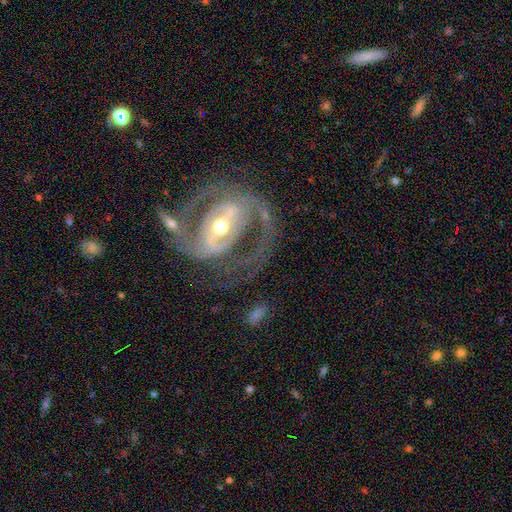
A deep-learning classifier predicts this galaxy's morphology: Smooth or featured? featured or disk (88%)
Edge-on disk? no (96%)
Bar? strong (57%)
Spiral arms? yes (90%)
Spiral winding? medium (53%)
Spiral arm count? 2 (87%)
Bulge size? moderate (55%)
Merging? none (64%)